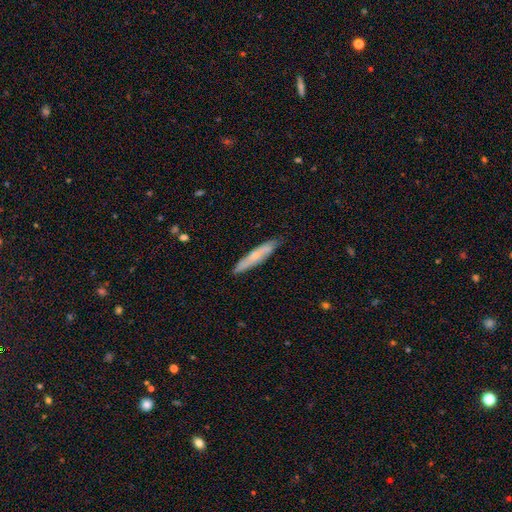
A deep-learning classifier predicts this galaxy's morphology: Smooth or featured: smooth — 52% (featured or disk — 42%)
How rounded: cigar-shaped — 88% (in between — 11%)
Merging: none — 84% (minor disturbance — 13%)